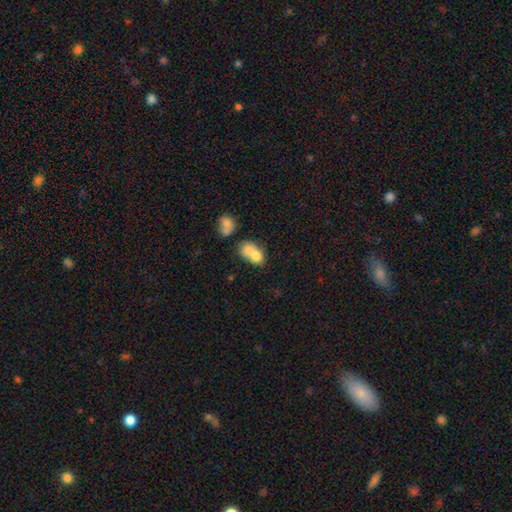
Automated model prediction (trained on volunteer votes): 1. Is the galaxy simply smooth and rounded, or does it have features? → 72% smooth, 19% featured or disk, 10% star or artifact.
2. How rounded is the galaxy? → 55% in between, 43% round, 2% cigar-shaped.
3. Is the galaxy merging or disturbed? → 67% merger, 20% none, 8% minor disturbance, 5% major disturbance.